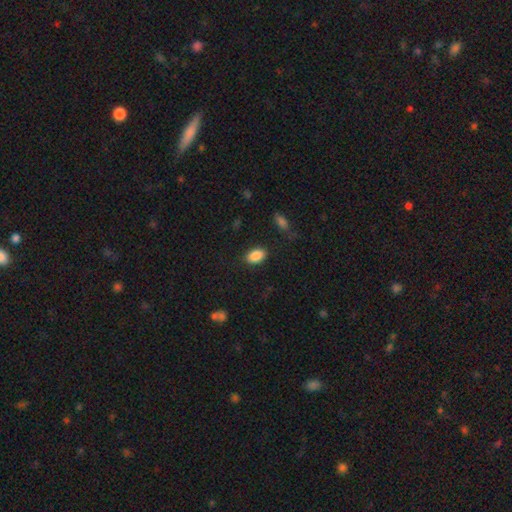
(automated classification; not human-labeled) smooth-or-featured: smooth: 88% | star or artifact: 8% | featured or disk: 4%
  how-rounded: in between: 87% | round: 11% | cigar-shaped: 1%
  merging: none: 86% | minor disturbance: 10% | major disturbance: 3% | merger: 1%